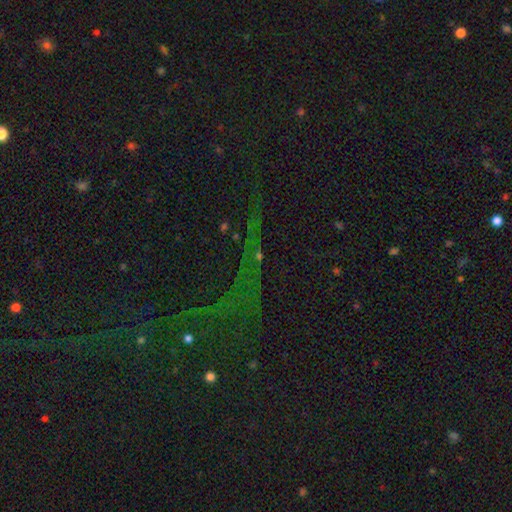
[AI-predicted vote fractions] Smooth or featured?
  - star or artifact: 74% *
  - smooth: 13%
  - featured or disk: 12%